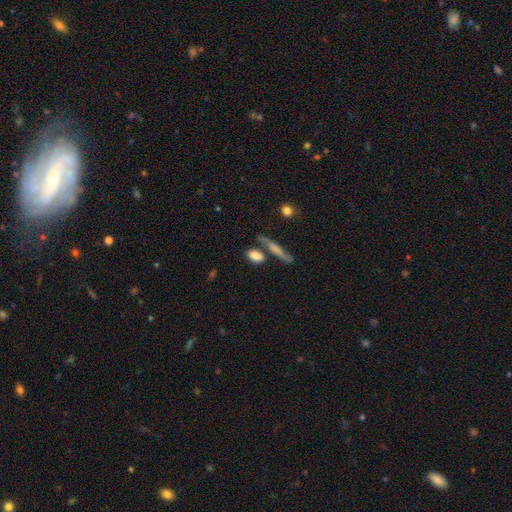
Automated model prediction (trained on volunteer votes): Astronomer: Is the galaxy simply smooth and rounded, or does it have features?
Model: smooth — 81%.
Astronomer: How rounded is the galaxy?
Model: in between — 72%.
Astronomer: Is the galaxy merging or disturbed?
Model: none — 58%.